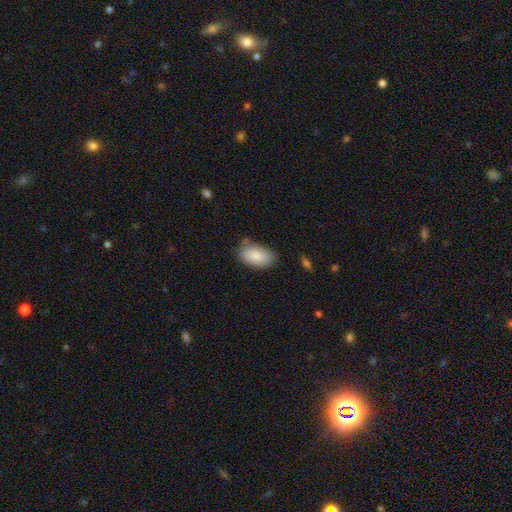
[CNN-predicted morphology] Smooth or featured? smooth (87%)
How rounded? in between (94%)
Merging? none (73%)